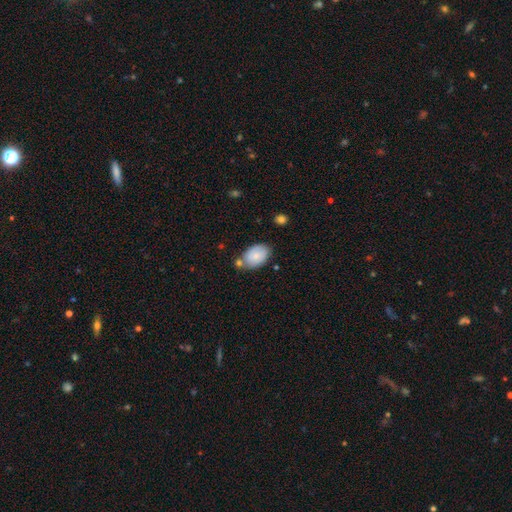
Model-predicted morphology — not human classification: The model was most divided on "merging": none: 65%, minor disturbance: 20%, merger: 11%, major disturbance: 4%. More confident: how rounded — in between (88%); smooth or featured — smooth (77%).